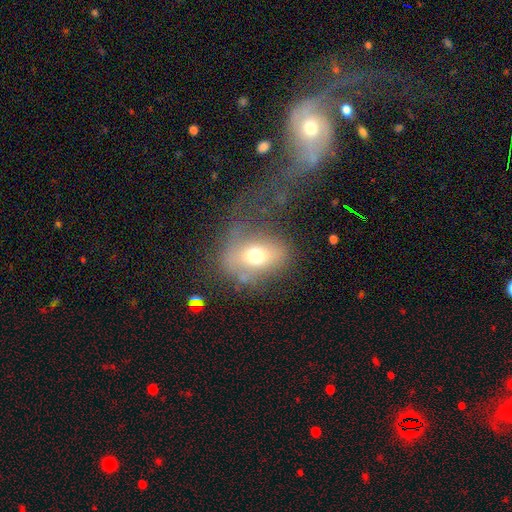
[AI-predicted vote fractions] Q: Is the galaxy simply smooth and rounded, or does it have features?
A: smooth — 61%.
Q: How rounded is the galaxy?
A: in between — 63%.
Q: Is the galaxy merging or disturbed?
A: major disturbance — 39%.